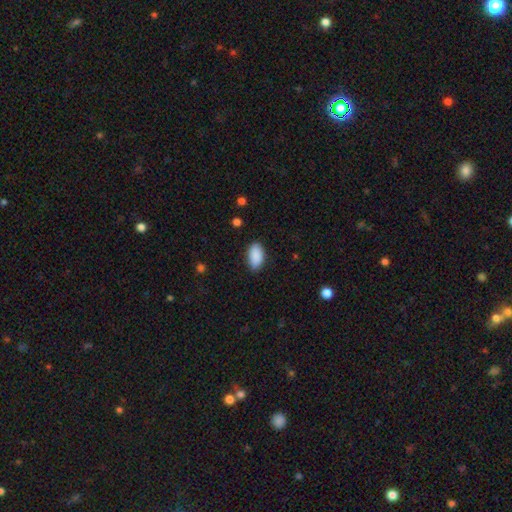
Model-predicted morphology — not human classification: smooth_or_featured: smooth (p=0.90) [alt: star or artifact p=0.07]
how_rounded: in between (p=0.94) [alt: round p=0.03]
merging: none (p=0.85) [alt: minor disturbance p=0.12]